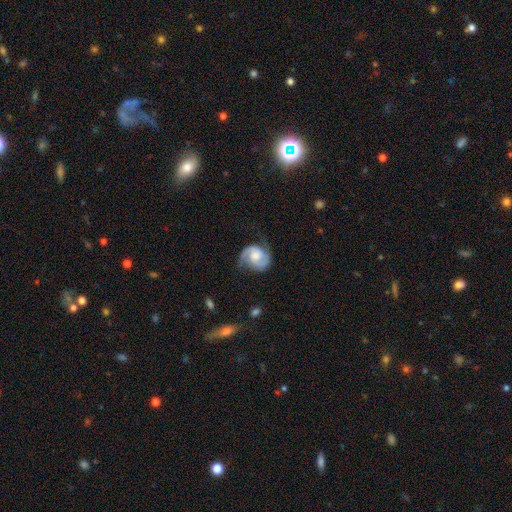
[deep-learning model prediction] This appears to be a featured or disk galaxy (80%) with no bar (58%), 2 (89%) medium (49%) spiral arms (96%) and a moderate central bulge (41%). Merging: none (66%).